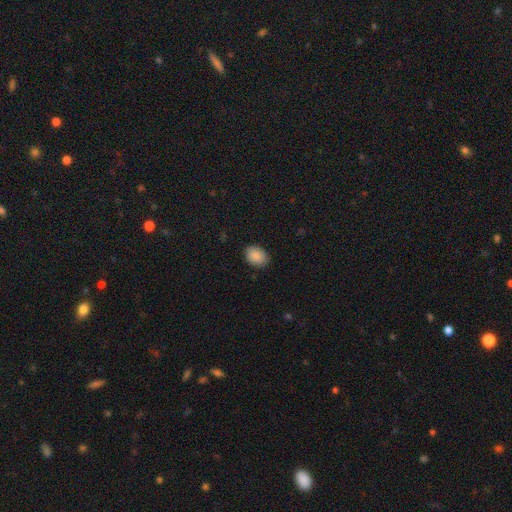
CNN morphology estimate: A smooth galaxy with no disk features (89%) that is in between round and cigar-shaped (77%).

Vote fractions:
- Smooth or featured? smooth: 89% / star or artifact: 7% / featured or disk: 4%
- How rounded? in between: 77% / round: 22% / cigar-shaped: 1%
- Merging? none: 85% / minor disturbance: 11% / major disturbance: 2% / merger: 1%